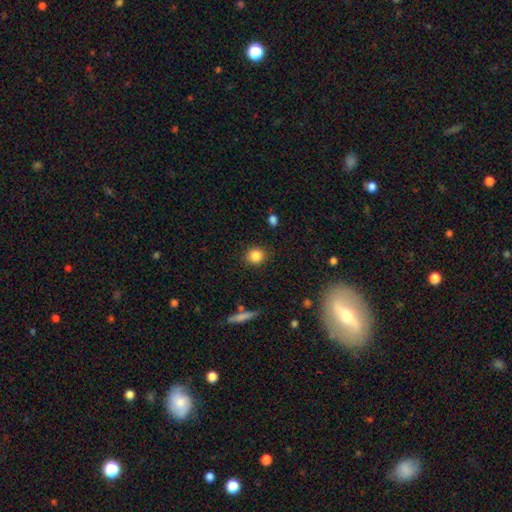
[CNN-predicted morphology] This is clearly a smooth galaxy (85%). How rounded: clearly round (86%). Merging: clearly none (88%).